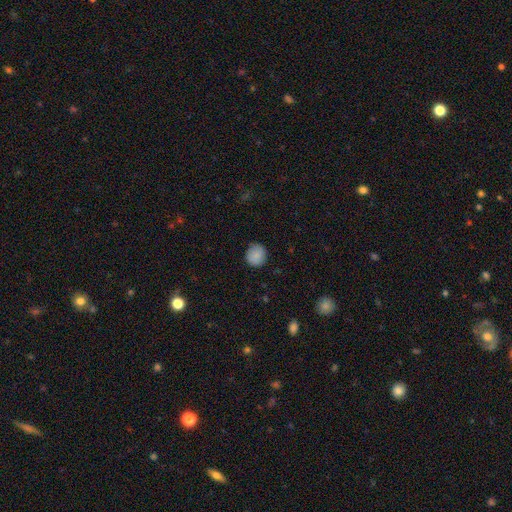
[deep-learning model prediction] A smooth galaxy with no disk features (86%) that is round (88%). Merging: none (85%).